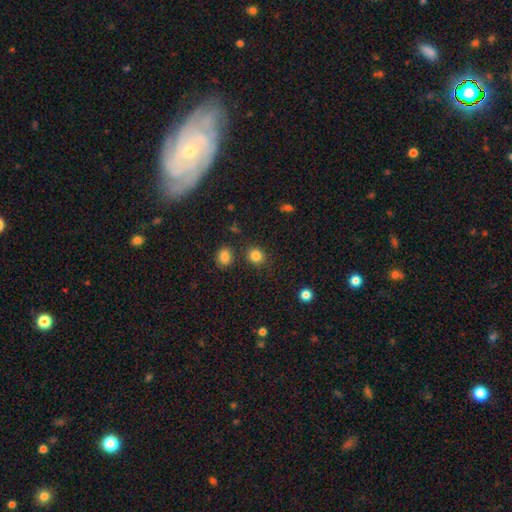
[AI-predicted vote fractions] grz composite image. It shows a smooth galaxy with no disk features (84%) that is round (75%). Merging: none (81%).